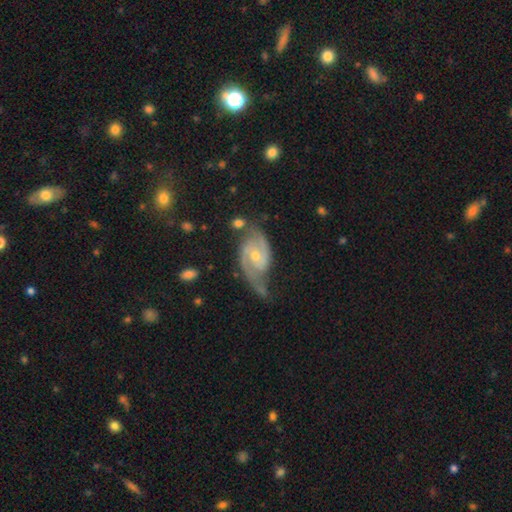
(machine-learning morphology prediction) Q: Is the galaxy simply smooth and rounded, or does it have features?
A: featured or disk — 89%.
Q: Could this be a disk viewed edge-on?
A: no — 97%.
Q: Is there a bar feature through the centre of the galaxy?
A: no — 53%.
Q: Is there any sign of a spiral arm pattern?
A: yes — 97%.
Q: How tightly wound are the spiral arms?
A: medium — 50%.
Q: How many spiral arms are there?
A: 2 — 88%.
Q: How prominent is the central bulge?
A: small — 51%.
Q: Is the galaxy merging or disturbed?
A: none — 54%.